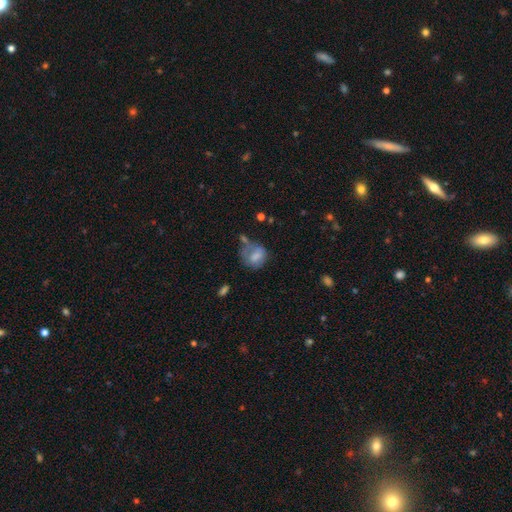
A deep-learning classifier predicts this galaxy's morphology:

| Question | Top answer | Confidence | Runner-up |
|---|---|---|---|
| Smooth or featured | smooth | 66% | featured or disk (24%) |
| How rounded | round | 61% | in between (37%) |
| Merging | none | 36% | minor disturbance (27%) |